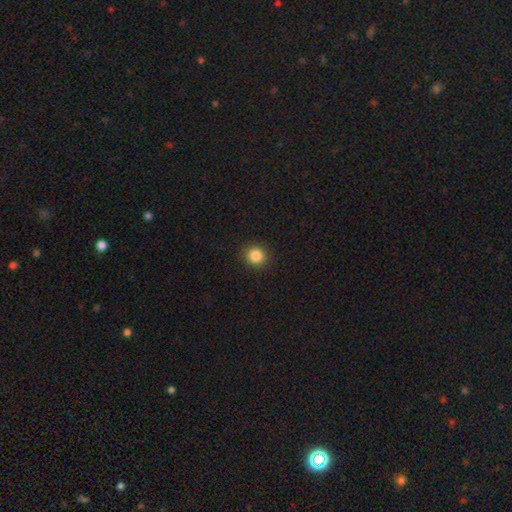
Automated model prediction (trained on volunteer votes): Morphology: type=smooth (86%); roundness=round (88%); merging=none (91%).